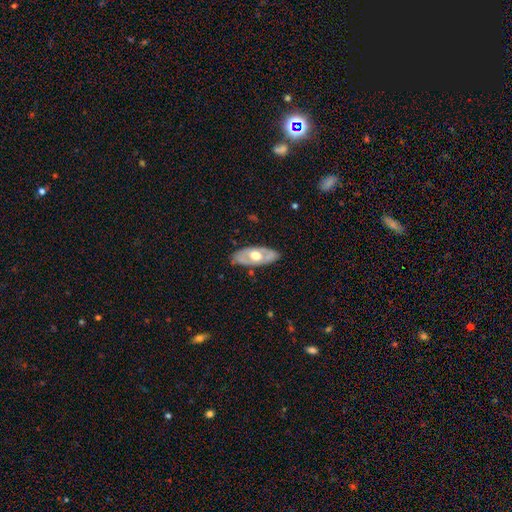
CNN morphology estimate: Smooth or featured? featured or disk (56%)
Edge-on disk? no (78%)
Merging? none (81%)